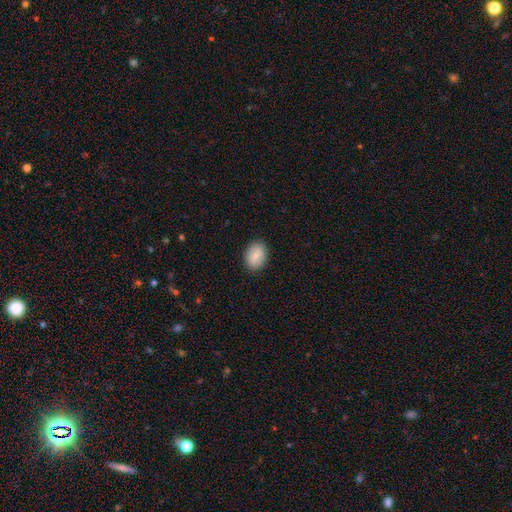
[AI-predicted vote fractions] This is clearly a smooth galaxy (82%). How rounded: likely in between (71%). Merging: clearly none (88%).